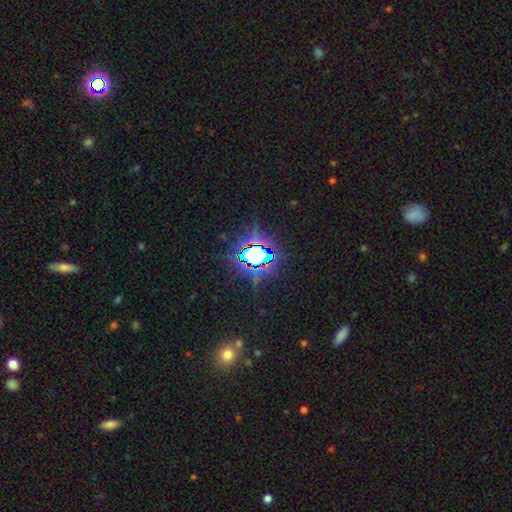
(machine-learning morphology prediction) smooth-or-featured: star or artifact: 77% | smooth: 13% | featured or disk: 10%